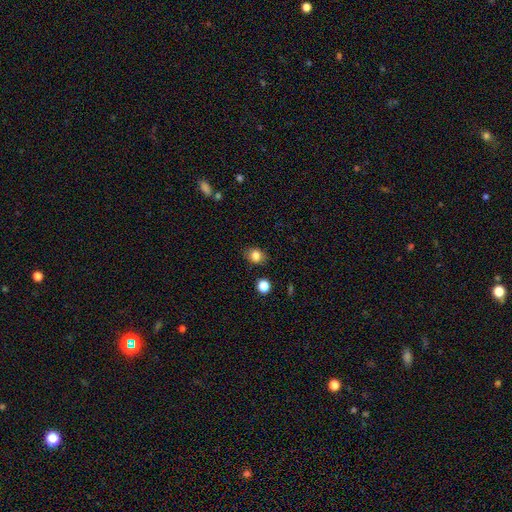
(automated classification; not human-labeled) This is clearly a smooth galaxy (82%). How rounded: possibly in between (55%). Merging: clearly none (82%).